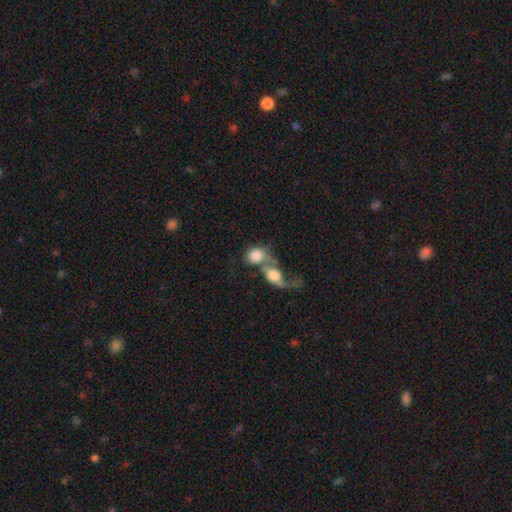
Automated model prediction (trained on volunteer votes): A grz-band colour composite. It shows a smooth galaxy with no disk features (68%) that is round (52%). Merging: merger (73%).